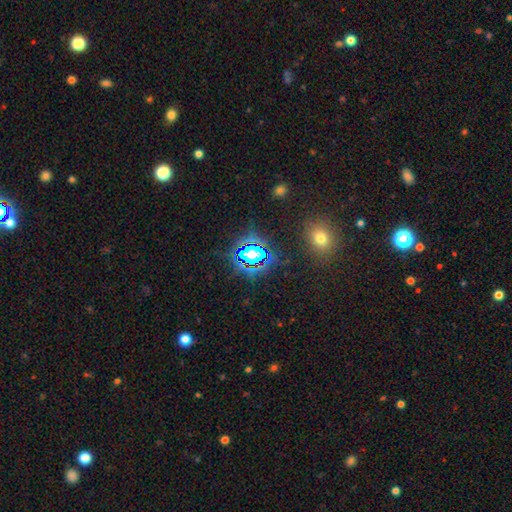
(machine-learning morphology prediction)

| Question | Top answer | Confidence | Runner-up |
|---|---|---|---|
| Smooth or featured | star or artifact | 71% | smooth (19%) |